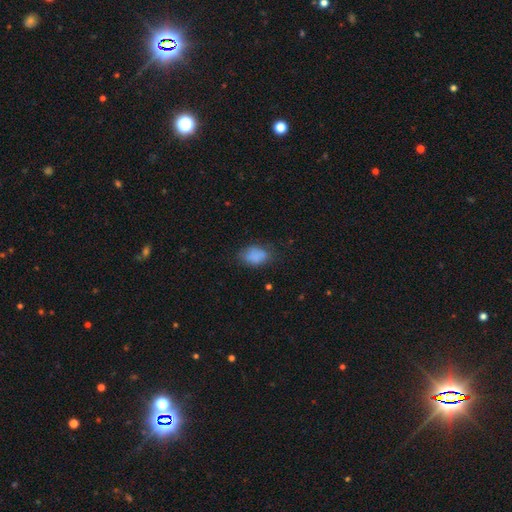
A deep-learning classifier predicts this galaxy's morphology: This is clearly a smooth galaxy (83%). How rounded: likely in between (80%). Merging: likely none (66%).